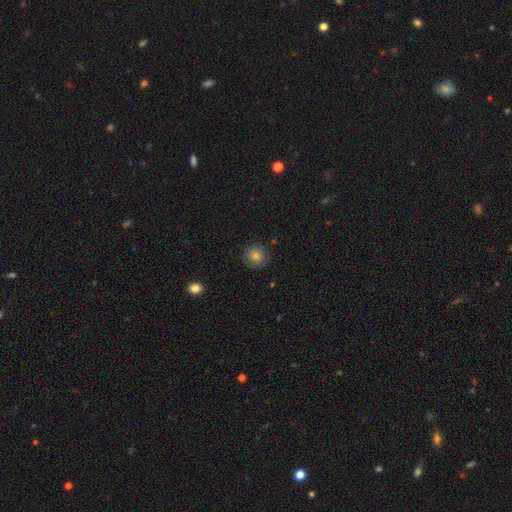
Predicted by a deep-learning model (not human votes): Smooth or featured: smooth — 80% (star or artifact — 12%)
How rounded: round — 94% (in between — 6%)
Merging: none — 88% (minor disturbance — 8%)